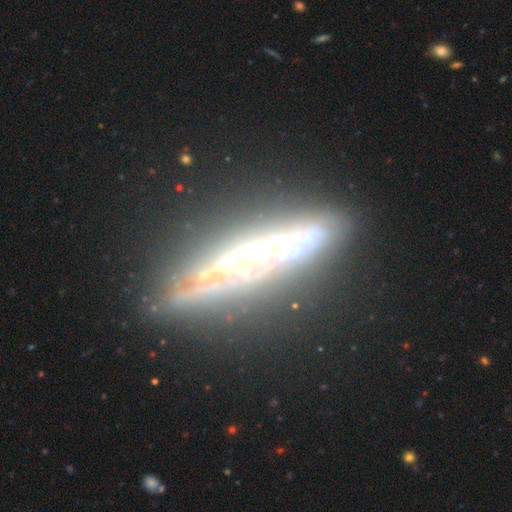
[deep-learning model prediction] This is likely a featured or disk galaxy (78%). It is likely viewed edge-on (75%). Edge-on bulge: possibly none (57%). Merging: likely none (78%).